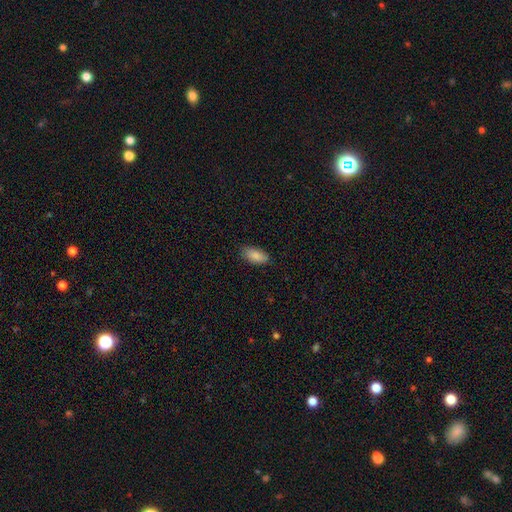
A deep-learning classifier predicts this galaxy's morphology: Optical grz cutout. It shows a smooth galaxy with no disk features (87%) that is in between round and cigar-shaped (91%). Merging: none (84%).